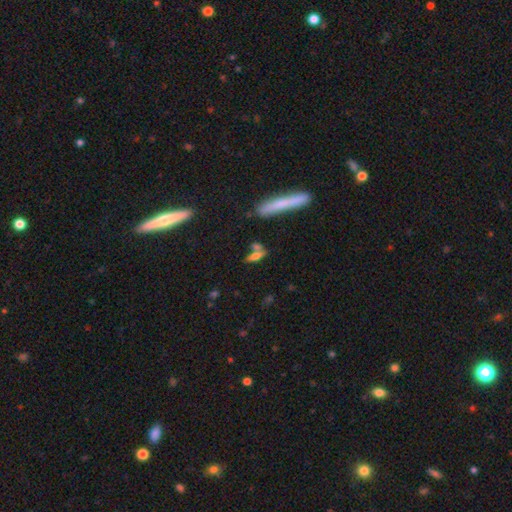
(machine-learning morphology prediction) Smooth or featured?
  - smooth: 64% *
  - featured or disk: 23%
  - star or artifact: 12%
How rounded?
  - in between: 47% *
  - cigar-shaped: 46%
  - round: 7%
Merging?
  - none: 52% *
  - merger: 28%
  - minor disturbance: 14%
  - major disturbance: 6%